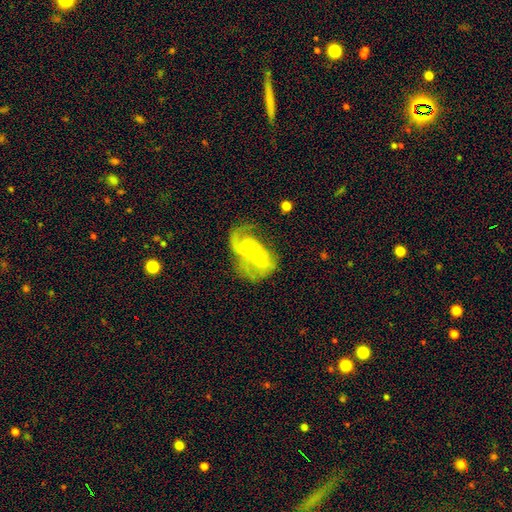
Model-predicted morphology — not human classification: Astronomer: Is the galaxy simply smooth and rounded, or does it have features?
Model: featured or disk — 69%.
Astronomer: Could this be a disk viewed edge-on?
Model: no — 97%.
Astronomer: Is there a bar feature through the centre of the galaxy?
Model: no — 72%.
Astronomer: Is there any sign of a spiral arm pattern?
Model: yes — 78%.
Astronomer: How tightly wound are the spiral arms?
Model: medium — 40% (runner-up: loose, 31%).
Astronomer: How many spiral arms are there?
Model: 2 — 43% (runner-up: 1, 22%).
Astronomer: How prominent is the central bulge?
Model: small — 61%.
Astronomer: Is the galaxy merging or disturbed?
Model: major disturbance — 32% (runner-up: none, 28%).